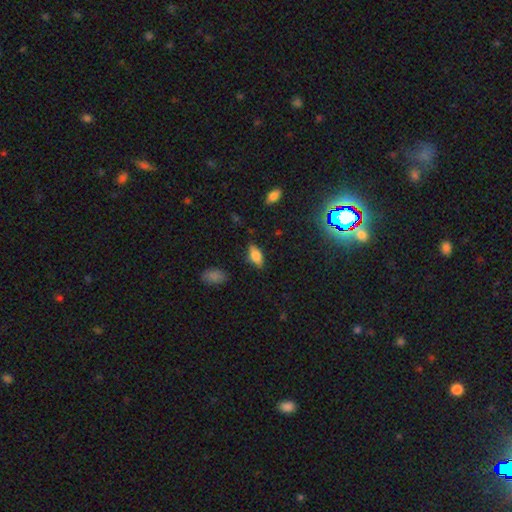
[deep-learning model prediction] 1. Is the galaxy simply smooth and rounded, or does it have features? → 72% smooth, 19% featured or disk, 8% star or artifact.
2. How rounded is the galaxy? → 85% in between, 12% cigar-shaped, 3% round.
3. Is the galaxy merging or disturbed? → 81% none, 14% minor disturbance, 3% major disturbance, 2% merger.